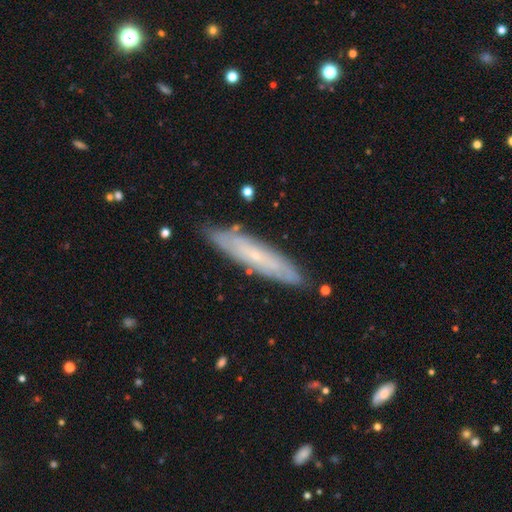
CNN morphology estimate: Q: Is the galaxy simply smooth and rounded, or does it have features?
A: featured or disk — 57%.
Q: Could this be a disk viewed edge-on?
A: yes — 55%.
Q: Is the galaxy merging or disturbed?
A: none — 84%.